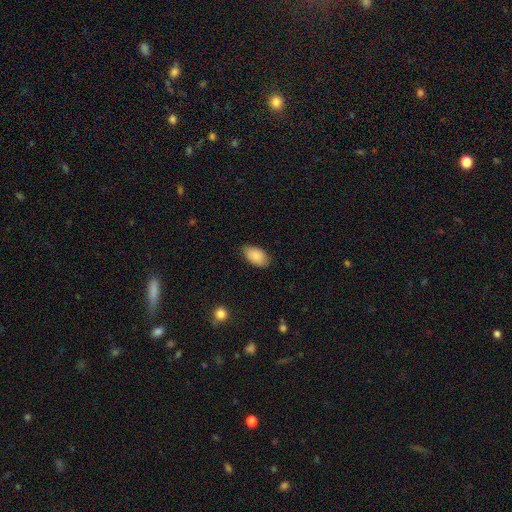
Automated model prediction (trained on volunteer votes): This appears to be a smooth galaxy with no disk features (85%) that is in between round and cigar-shaped (93%). Merging: none (77%).